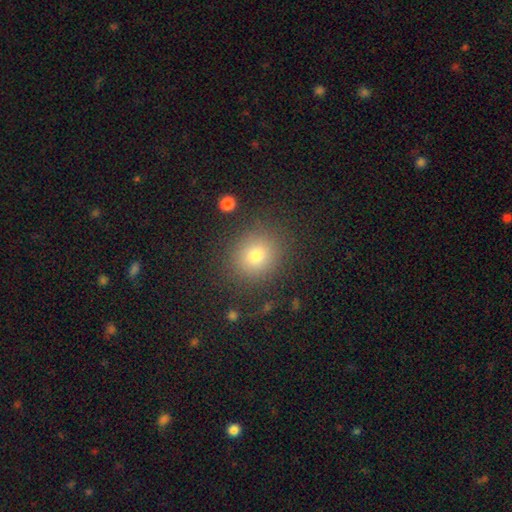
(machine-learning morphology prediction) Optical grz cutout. It shows a smooth galaxy with no disk features (76%) that is round (79%). Merging: none (87%).